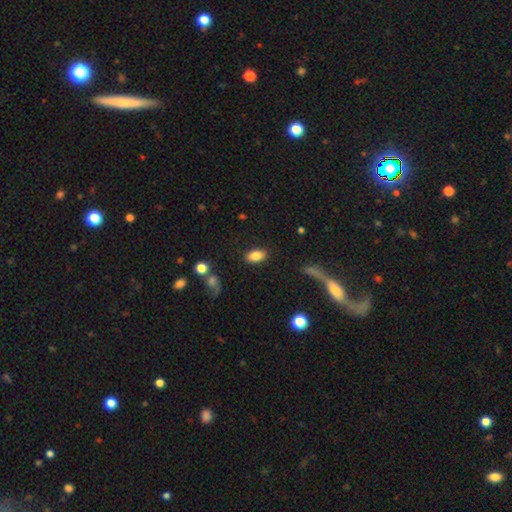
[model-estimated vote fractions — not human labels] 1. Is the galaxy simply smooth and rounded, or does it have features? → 85% smooth, 8% star or artifact, 7% featured or disk.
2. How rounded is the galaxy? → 91% in between, 6% round, 3% cigar-shaped.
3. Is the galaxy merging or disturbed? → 85% none, 9% minor disturbance, 3% major disturbance, 2% merger.